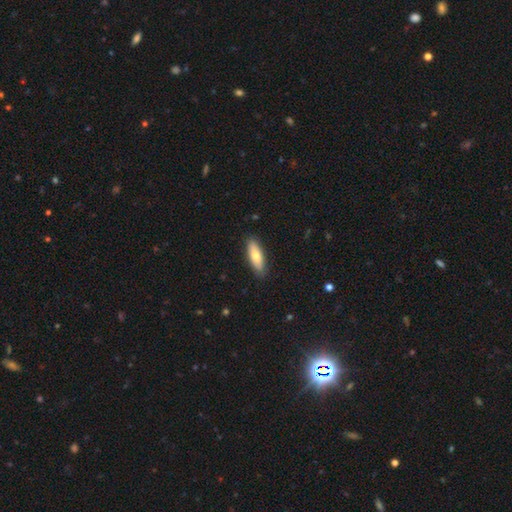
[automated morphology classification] Smooth or featured: smooth — 72% (featured or disk — 22%)
How rounded: in between — 57% (cigar-shaped — 41%)
Merging: none — 87% (minor disturbance — 10%)